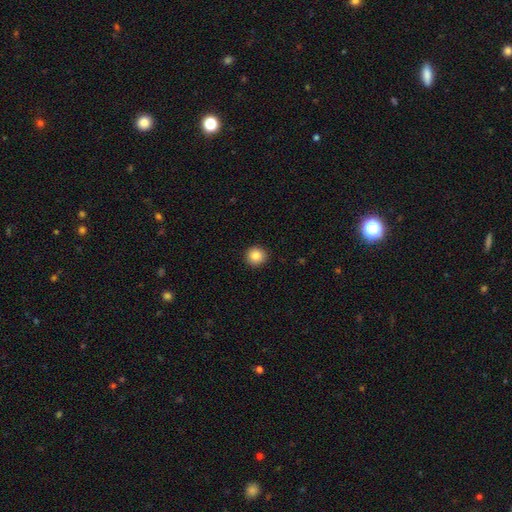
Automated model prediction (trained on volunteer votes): Morphology: type=smooth (86%); roundness=round (93%); merging=none (92%).